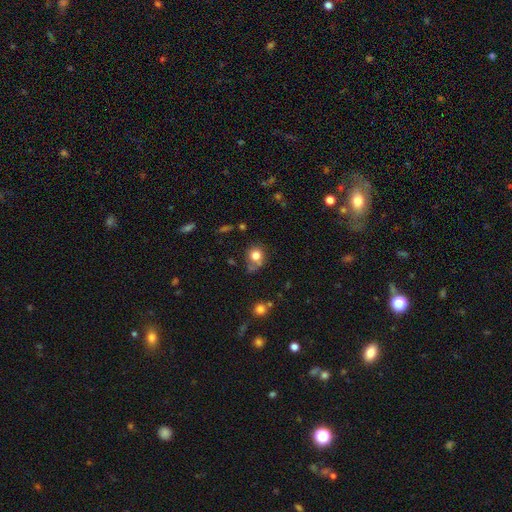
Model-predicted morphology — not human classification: smooth 79%, star or artifact 11%, featured or disk 9%. Down the decision tree: how rounded — round (80%); merging — none (56%).